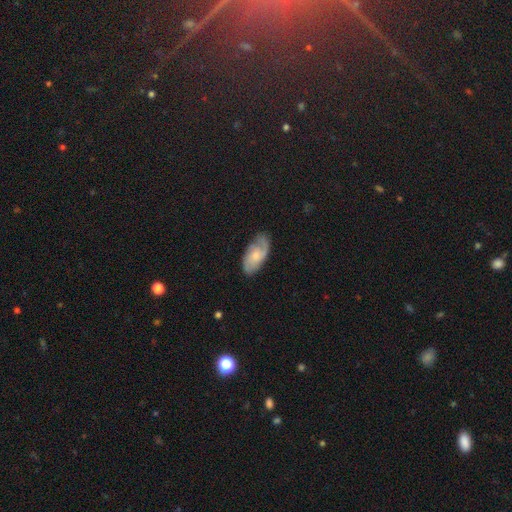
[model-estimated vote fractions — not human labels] smooth_or_featured: featured or disk (p=0.61) [alt: smooth p=0.33]
disk_edge_on: no (p=0.94) [alt: yes p=0.06]
bar: no (p=0.69) [alt: weak p=0.28]
has_spiral_arms: yes (p=0.90) [alt: no p=0.10]
spiral_winding: medium (p=0.44) [alt: tight p=0.35]
spiral_arm_count: 2 (p=0.59) [alt: can't tell p=0.19]
bulge_size: small (p=0.48) [alt: moderate p=0.40]
merging: none (p=0.71) [alt: minor disturbance p=0.21]